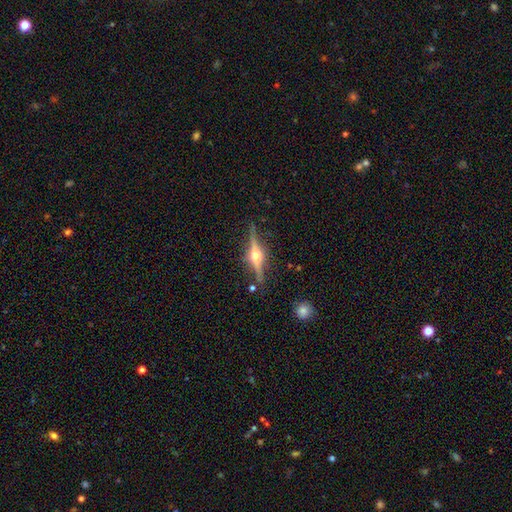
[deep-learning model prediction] This is clearly a featured or disk galaxy (83%). It is clearly viewed edge-on (97%). Edge-on bulge: clearly rounded (95%). Merging: clearly none (85%).